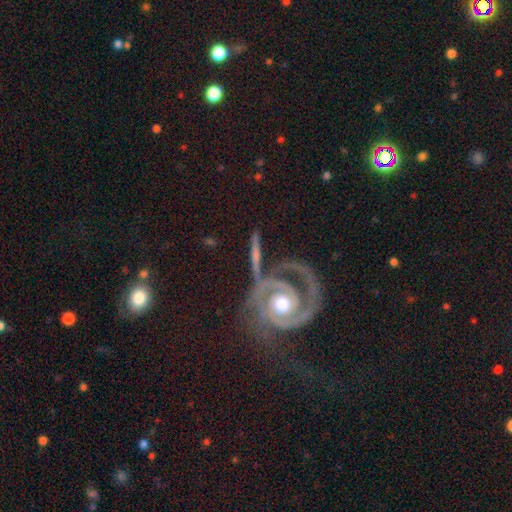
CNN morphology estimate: A featured or disk galaxy (76%) with no bar (60%), 2 (73%) tight (61%) spiral arms (87%) and a moderate central bulge (71%). Merging: none (59%).